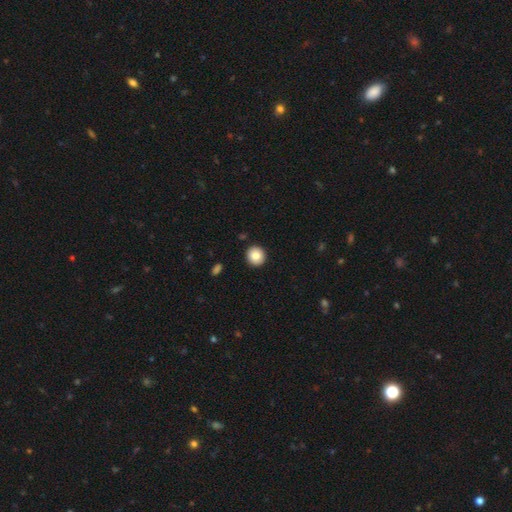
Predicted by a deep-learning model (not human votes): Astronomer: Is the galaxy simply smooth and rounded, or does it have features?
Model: smooth — 83%.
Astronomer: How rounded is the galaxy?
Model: round — 94%.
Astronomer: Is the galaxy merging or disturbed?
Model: none — 93%.